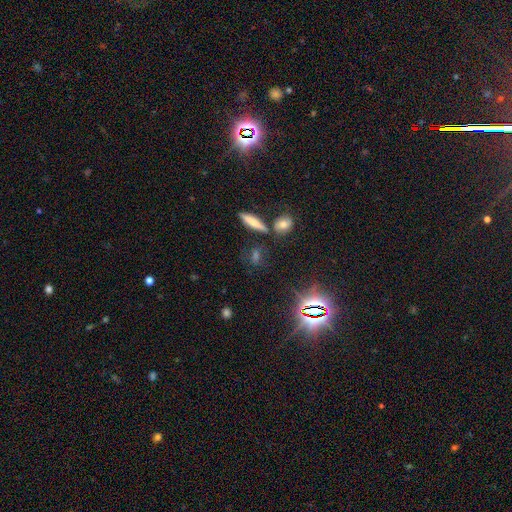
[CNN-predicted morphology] Smooth or featured? smooth (41%)
Merging? none (73%)